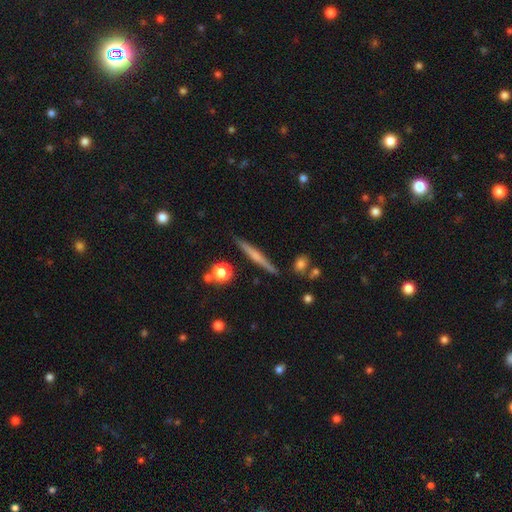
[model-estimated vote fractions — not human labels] smooth_or_featured: featured or disk (p=0.50) [alt: smooth p=0.43]
disk_edge_on: yes (p=0.97) [alt: no p=0.03]
merging: none (p=0.88) [alt: minor disturbance p=0.08]